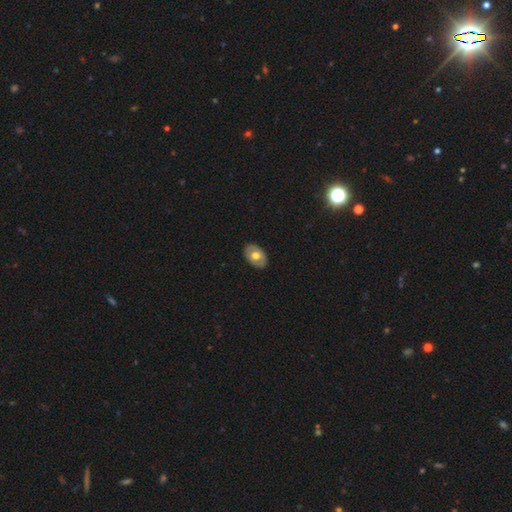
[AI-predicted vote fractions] smooth_or_featured: smooth (p=0.56) [alt: featured or disk p=0.39]
how_rounded: in between (p=0.83) [alt: round p=0.16]
merging: none (p=0.86) [alt: minor disturbance p=0.11]